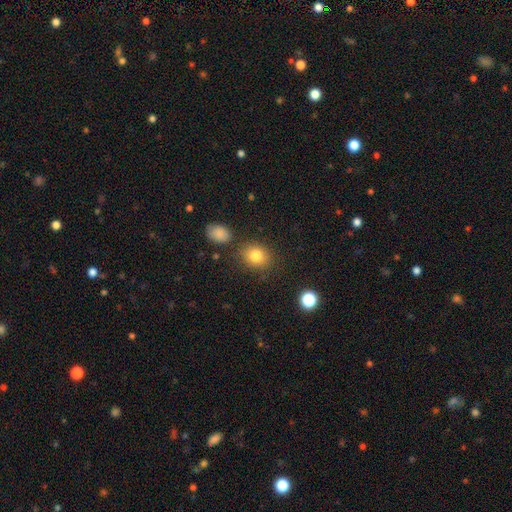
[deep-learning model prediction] Overall: smooth (83%). How rounded: round (54%; in between 45%). Merging: none (77%).